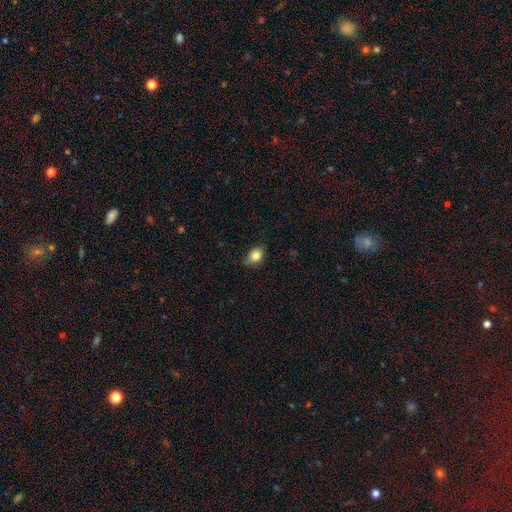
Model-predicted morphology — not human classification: smooth-or-featured: smooth: 83% | star or artifact: 9% | featured or disk: 8%
  how-rounded: in between: 63% | round: 35% | cigar-shaped: 1%
  merging: none: 74% | minor disturbance: 21% | major disturbance: 3% | merger: 1%